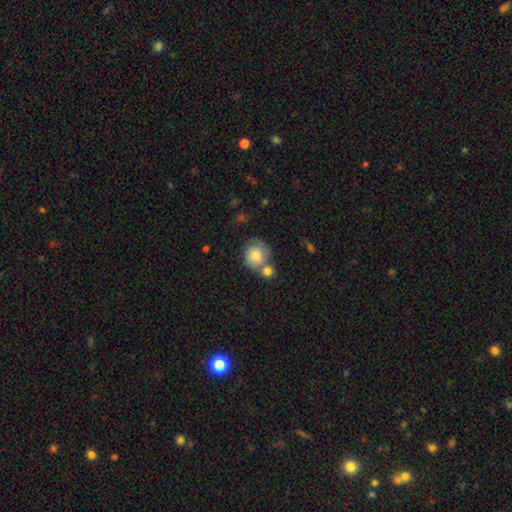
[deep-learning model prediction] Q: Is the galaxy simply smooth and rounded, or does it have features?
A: smooth — 79%.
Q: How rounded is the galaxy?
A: round — 84%.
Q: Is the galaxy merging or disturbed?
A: none — 43%.